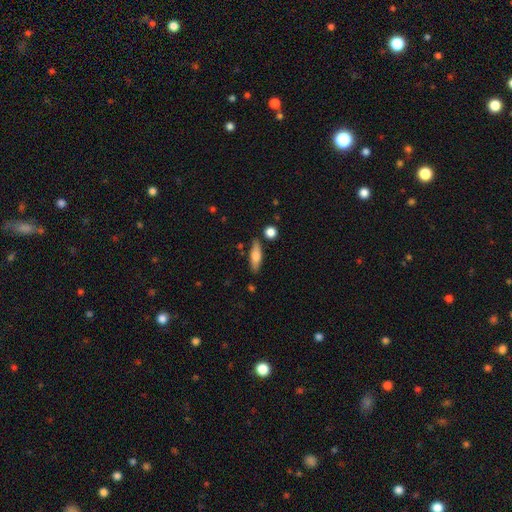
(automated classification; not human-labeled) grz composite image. It shows a smooth galaxy with no disk features (68%) that is in between round and cigar-shaped (49%). Merging: none (81%).